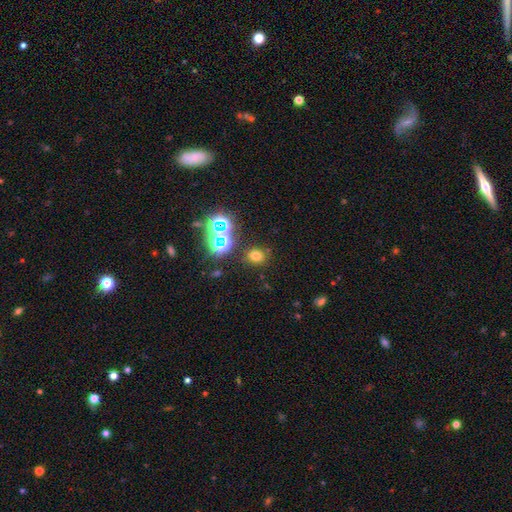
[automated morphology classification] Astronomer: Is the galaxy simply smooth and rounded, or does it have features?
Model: smooth — 65%.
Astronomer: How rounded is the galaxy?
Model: round — 64%.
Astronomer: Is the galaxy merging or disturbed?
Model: none — 83%.